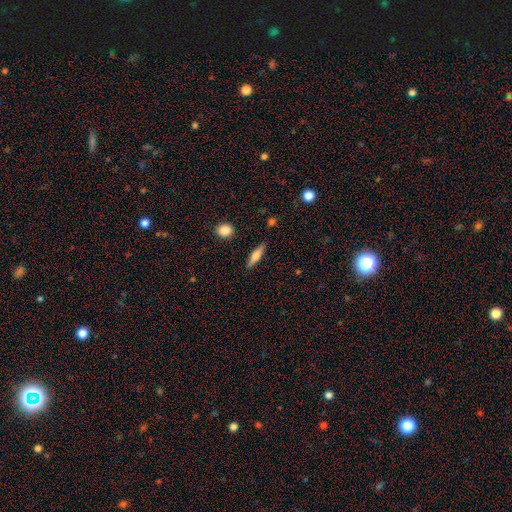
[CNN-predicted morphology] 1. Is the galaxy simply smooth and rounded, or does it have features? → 56% smooth, 37% featured or disk, 7% star or artifact.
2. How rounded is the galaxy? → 69% cigar-shaped, 27% in between, 3% round.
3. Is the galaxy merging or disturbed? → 87% none, 9% minor disturbance, 2% major disturbance, 2% merger.